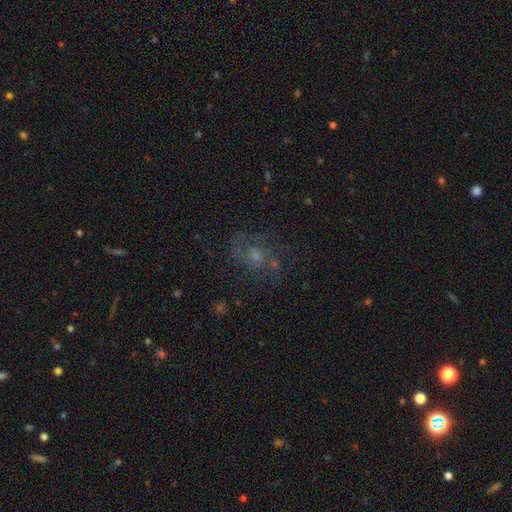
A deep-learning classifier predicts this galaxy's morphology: A featured or disk galaxy (61%) with no bar (71%), spiral arms (81%) and a moderate central bulge (44%).

Vote fractions:
- Smooth or featured? featured or disk: 61% / smooth: 22% / star or artifact: 17%
- Edge-on disk? no: 97% / yes: 3%
- Bar? no: 71% / weak: 25% / strong: 4%
- Spiral arms? yes: 81% / no: 19%
- Bulge size? moderate: 44% / small: 37% / none: 11% / large: 7% / dominant: 2%
- Merging? none: 63% / minor disturbance: 18% / major disturbance: 16% / merger: 4%